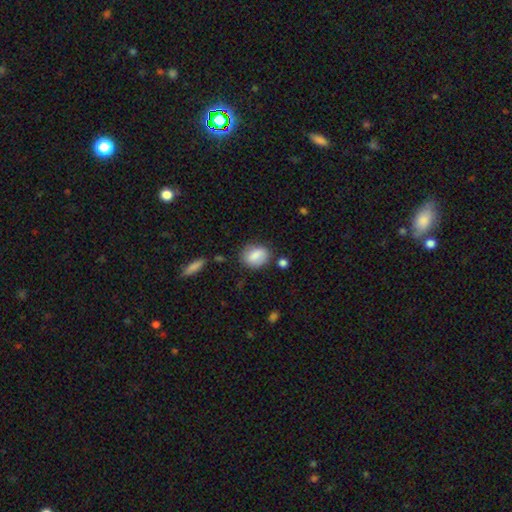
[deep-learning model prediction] A smooth galaxy with no disk features (83%) that is in between round and cigar-shaped (62%). Merging: none (71%).